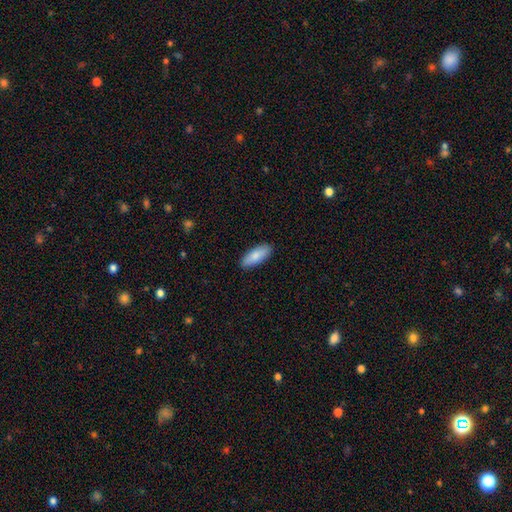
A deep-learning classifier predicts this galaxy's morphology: Q: Smooth or featured?
A: smooth (83%); runner-up: featured or disk (11%)
Q: How rounded?
A: in between (74%); runner-up: cigar-shaped (24%)
Q: Merging?
A: none (89%); runner-up: minor disturbance (9%)